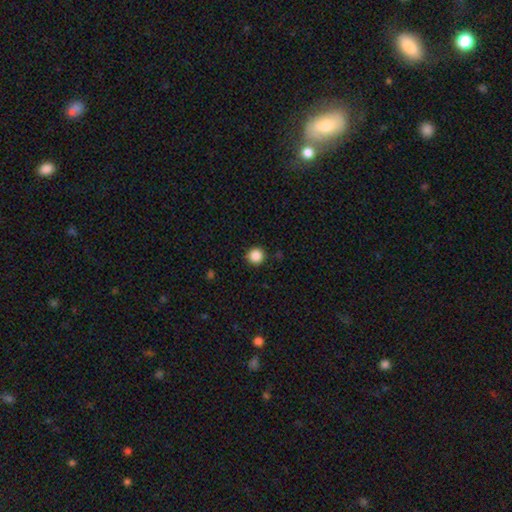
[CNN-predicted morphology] Smooth or featured? Predicted: smooth (p=0.87). How rounded? Predicted: round (p=0.95). Merging? Predicted: none (p=0.91).